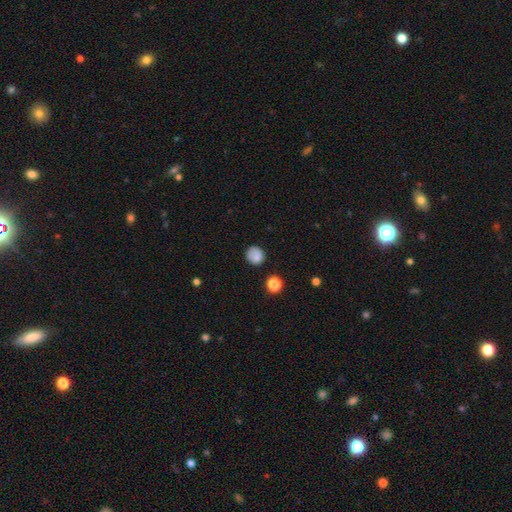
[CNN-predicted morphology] The model was most divided on "merging": none: 74%, minor disturbance: 17%, major disturbance: 5%, merger: 4%. More confident: how rounded — round (84%); smooth or featured — smooth (79%).